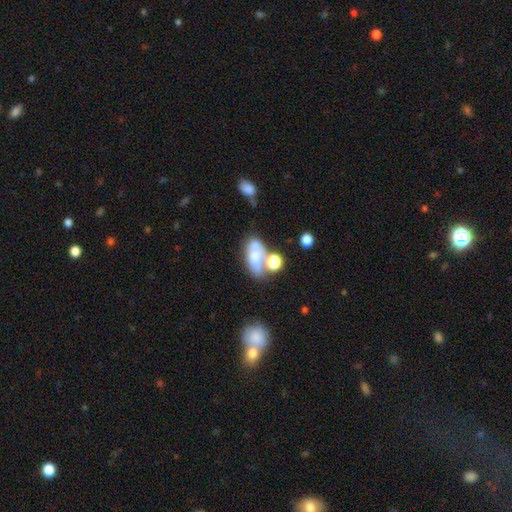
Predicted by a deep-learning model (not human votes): Smooth or featured? smooth (55%)
How rounded? in between (85%)
Merging? merger (37%)